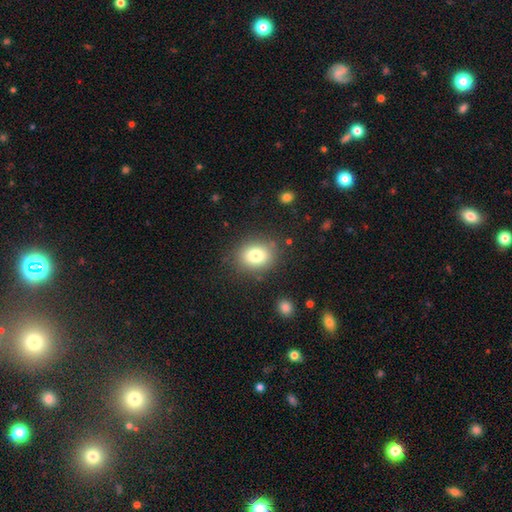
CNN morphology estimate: Q: Smooth or featured?
A: smooth (79%); runner-up: star or artifact (11%)
Q: How rounded?
A: round (53%); runner-up: in between (46%)
Q: Merging?
A: none (83%); runner-up: minor disturbance (10%)